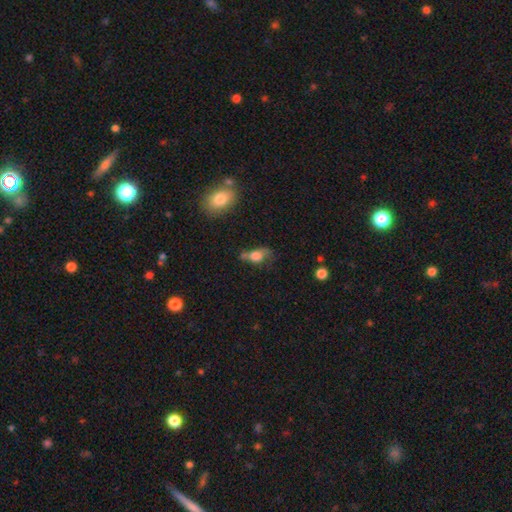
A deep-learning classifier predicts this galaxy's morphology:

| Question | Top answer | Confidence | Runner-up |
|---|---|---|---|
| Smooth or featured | smooth | 67% | featured or disk (22%) |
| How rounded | in between | 73% | round (21%) |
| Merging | none | 33% | minor disturbance (28%) |